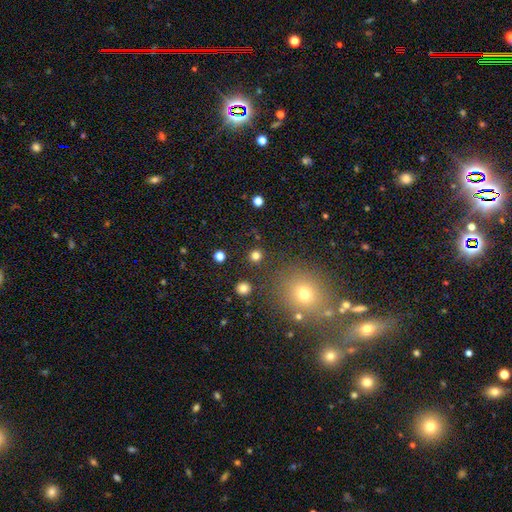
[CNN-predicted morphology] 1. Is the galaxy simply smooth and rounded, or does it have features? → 78% smooth, 17% star or artifact, 5% featured or disk.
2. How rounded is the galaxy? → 91% round, 8% in between, 1% cigar-shaped.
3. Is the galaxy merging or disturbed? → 88% none, 6% minor disturbance, 3% major disturbance, 3% merger.